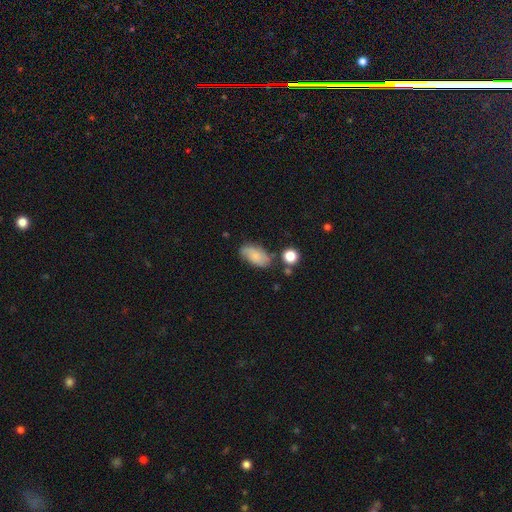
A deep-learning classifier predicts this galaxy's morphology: smooth_or_featured: smooth (p=0.63) [alt: featured or disk p=0.28]
how_rounded: in between (p=0.91) [alt: round p=0.06]
merging: none (p=0.62) [alt: minor disturbance p=0.25]